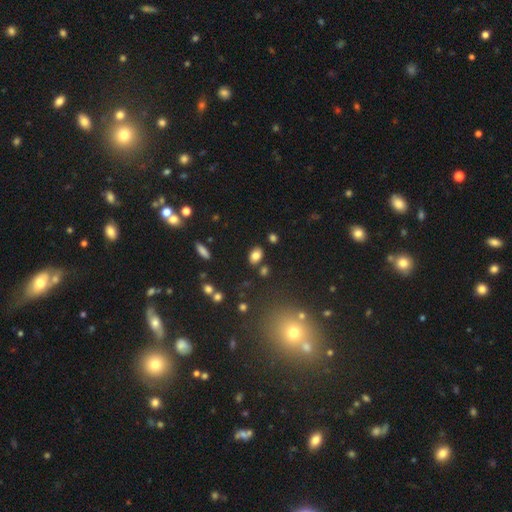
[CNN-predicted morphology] A smooth galaxy with no disk features (80%) that is in between round and cigar-shaped (84%). Merging: none (80%).